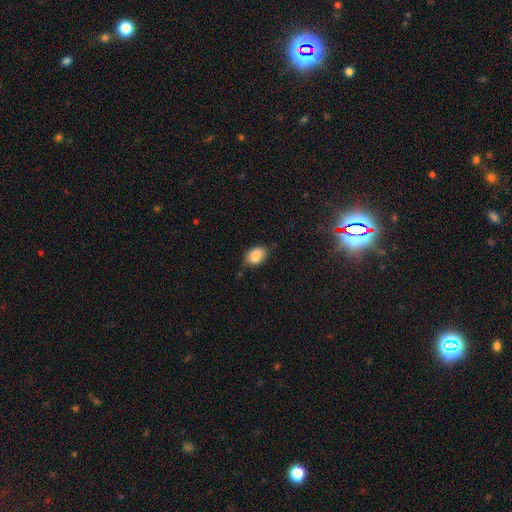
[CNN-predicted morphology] A smooth galaxy with no disk features (86%) that is in between round and cigar-shaped (88%).

Vote fractions:
- Smooth or featured? smooth: 86% / star or artifact: 8% / featured or disk: 7%
- How rounded? in between: 88% / round: 10% / cigar-shaped: 2%
- Merging? none: 71% / minor disturbance: 23% / major disturbance: 4% / merger: 2%